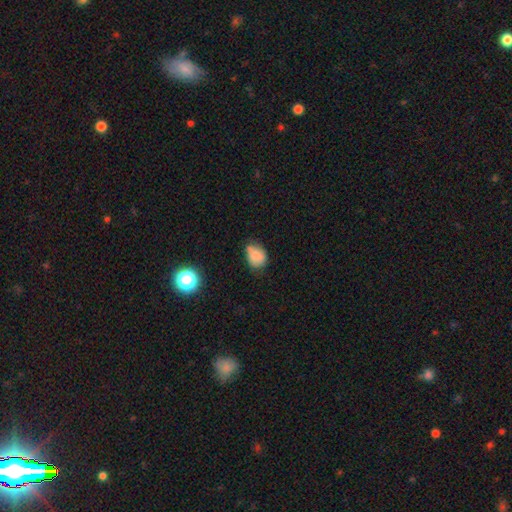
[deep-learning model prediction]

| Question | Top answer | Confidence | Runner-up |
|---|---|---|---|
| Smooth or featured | smooth | 77% | featured or disk (12%) |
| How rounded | in between | 60% | round (39%) |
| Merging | none | 49% | minor disturbance (38%) |